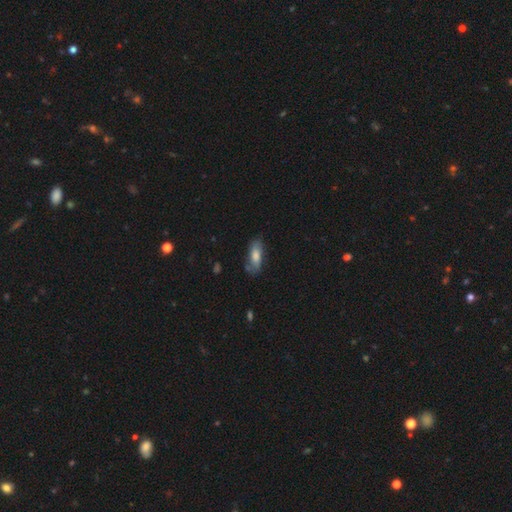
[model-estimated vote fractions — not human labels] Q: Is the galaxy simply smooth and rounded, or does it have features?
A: smooth — 71%.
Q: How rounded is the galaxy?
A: in between — 68%.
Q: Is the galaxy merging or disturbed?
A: none — 65%.